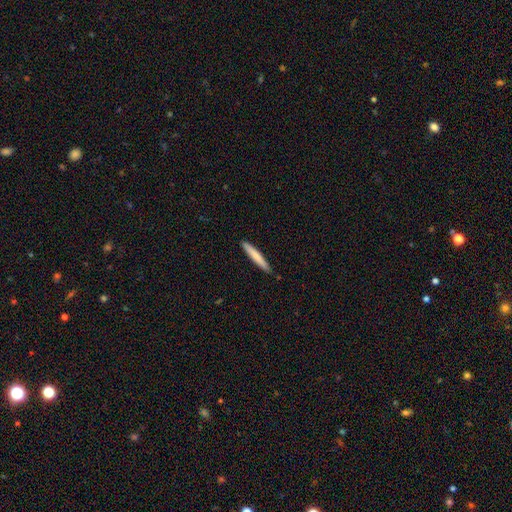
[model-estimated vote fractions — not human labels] Smooth or featured? smooth (76%)
How rounded? cigar-shaped (95%)
Merging? none (89%)